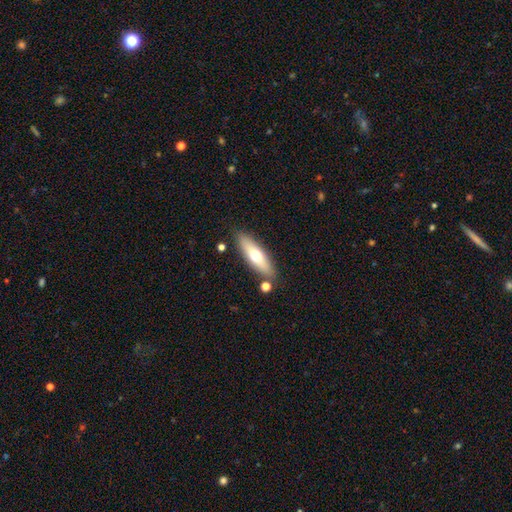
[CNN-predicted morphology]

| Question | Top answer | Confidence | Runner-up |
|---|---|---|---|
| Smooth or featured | smooth | 60% | featured or disk (34%) |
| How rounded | cigar-shaped | 56% | in between (42%) |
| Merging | none | 83% | minor disturbance (10%) |